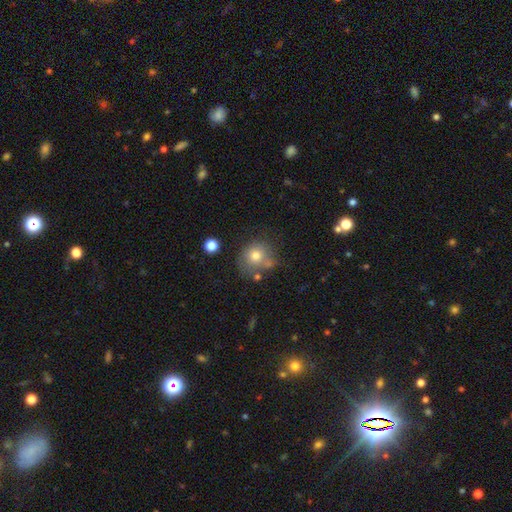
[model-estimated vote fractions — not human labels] Smooth or featured? smooth (75%)
How rounded? round (82%)
Merging? none (55%)